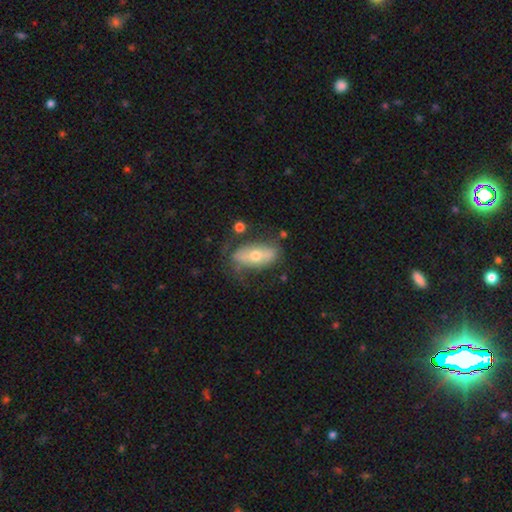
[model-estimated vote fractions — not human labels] Q: Smooth or featured?
A: smooth (50%); runner-up: featured or disk (44%)
Q: Merging?
A: none (64%); runner-up: minor disturbance (22%)